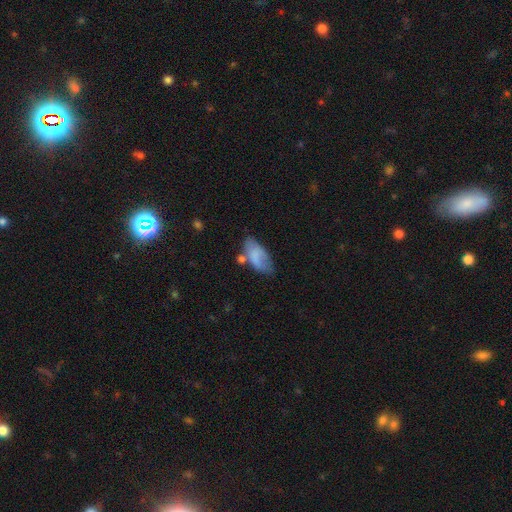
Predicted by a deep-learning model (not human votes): Overall: smooth (70%). How rounded: in between (91%). Merging: none (42%; minor disturbance 30%).